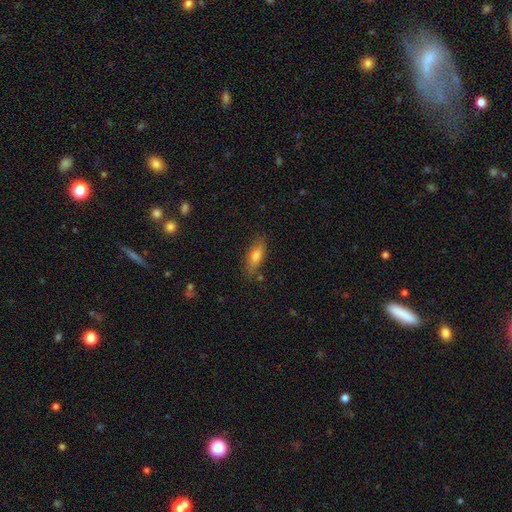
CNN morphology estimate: smooth 66%, featured or disk 26%, star or artifact 8%. Down the decision tree: how rounded — in between (60%); merging — none (79%).